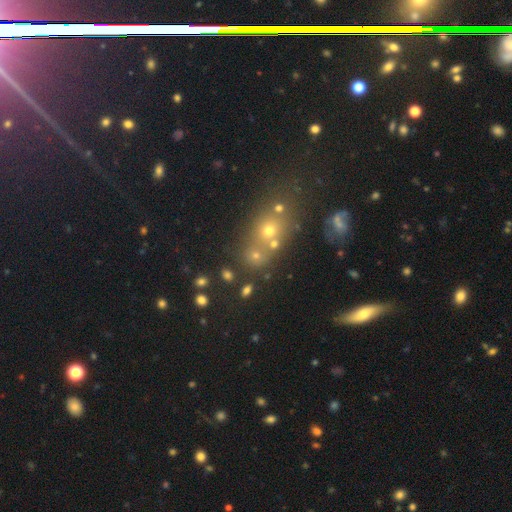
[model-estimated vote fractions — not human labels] A smooth galaxy with no disk features (52%) that is round (65%). Merging: none (51%).